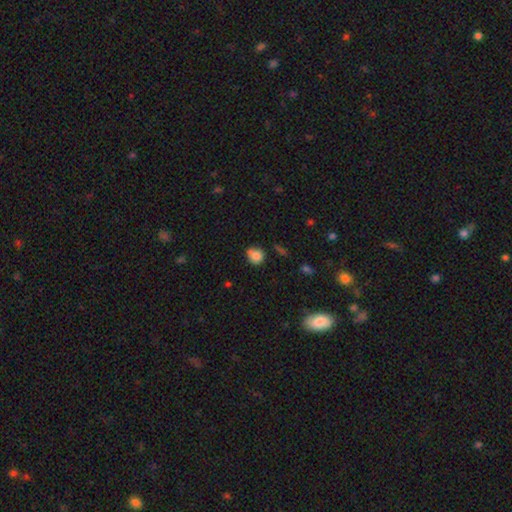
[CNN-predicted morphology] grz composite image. It shows a smooth galaxy with no disk features (84%) that is round (75%). Merging: none (67%).